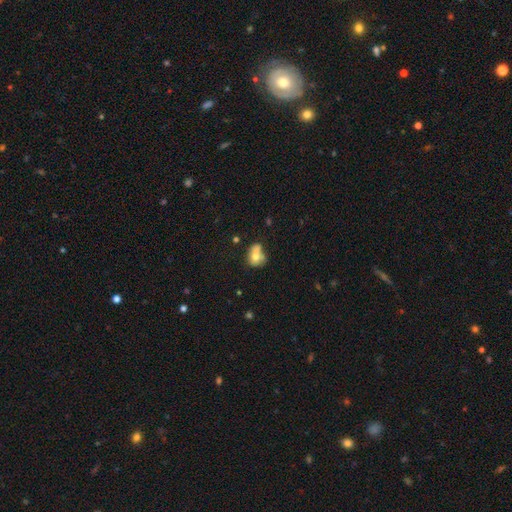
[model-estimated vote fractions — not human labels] Smooth or featured?
  - smooth: 65% *
  - featured or disk: 25%
  - star or artifact: 11%
How rounded?
  - in between: 57% *
  - round: 41%
  - cigar-shaped: 2%
Merging?
  - merger: 36% *
  - none: 30%
  - minor disturbance: 21%
  - major disturbance: 13%